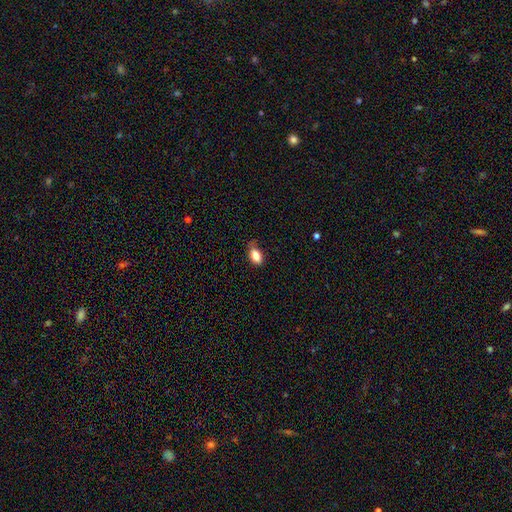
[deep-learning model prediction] Smooth or featured? Predicted: smooth (p=0.83). How rounded? Predicted: in between (p=0.88). Merging? Predicted: none (p=0.59).